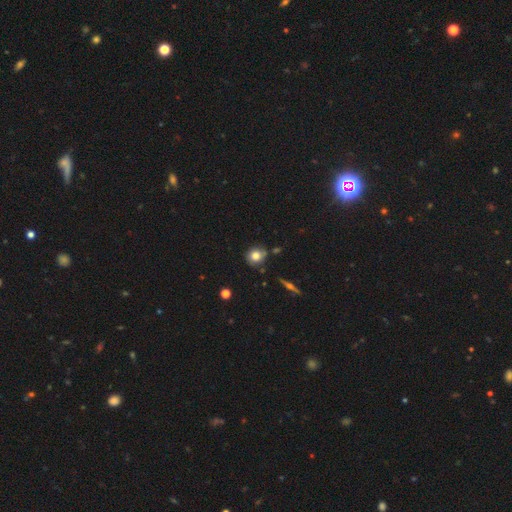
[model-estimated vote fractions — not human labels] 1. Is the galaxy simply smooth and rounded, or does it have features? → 77% smooth, 13% featured or disk, 10% star or artifact.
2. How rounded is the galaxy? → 84% round, 14% in between, 1% cigar-shaped.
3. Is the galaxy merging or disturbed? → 76% none, 15% minor disturbance, 6% merger, 3% major disturbance.